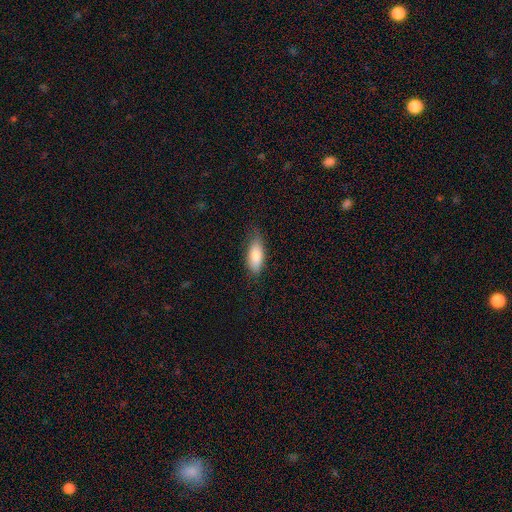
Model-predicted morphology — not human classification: This appears to be a smooth galaxy with no disk features (82%) that is in between round and cigar-shaped (80%). Merging: none (69%).